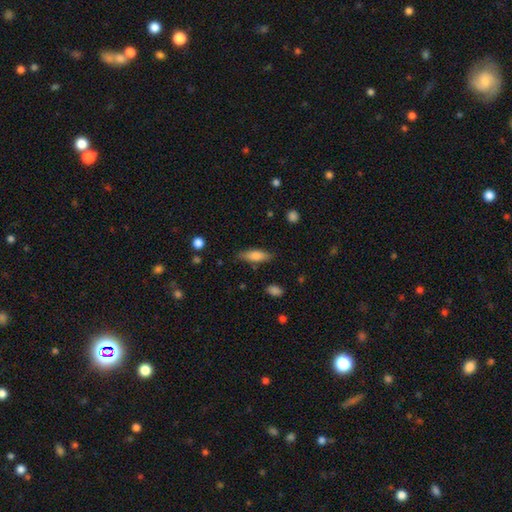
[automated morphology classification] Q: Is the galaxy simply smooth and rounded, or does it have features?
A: smooth — 75%.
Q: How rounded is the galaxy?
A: in between — 56%.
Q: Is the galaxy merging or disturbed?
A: none — 79%.